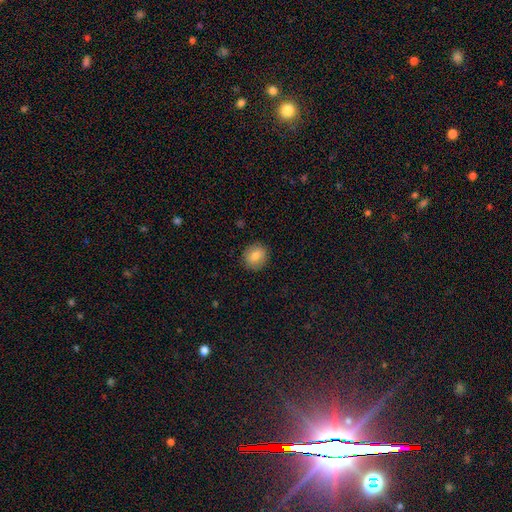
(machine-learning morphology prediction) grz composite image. It shows a smooth galaxy with no disk features (81%) that is round (74%). Merging: none (89%).